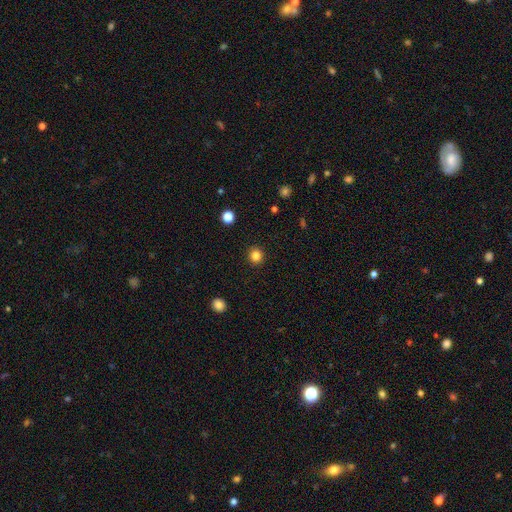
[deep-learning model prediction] This appears to be a smooth galaxy with no disk features (84%) that is round (93%). Merging: none (93%).